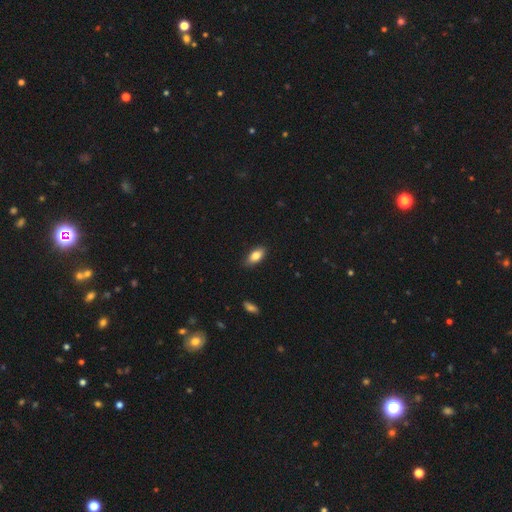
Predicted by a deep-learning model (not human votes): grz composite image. It shows a smooth galaxy with no disk features (81%) that is in between round and cigar-shaped (87%). Merging: none (85%).